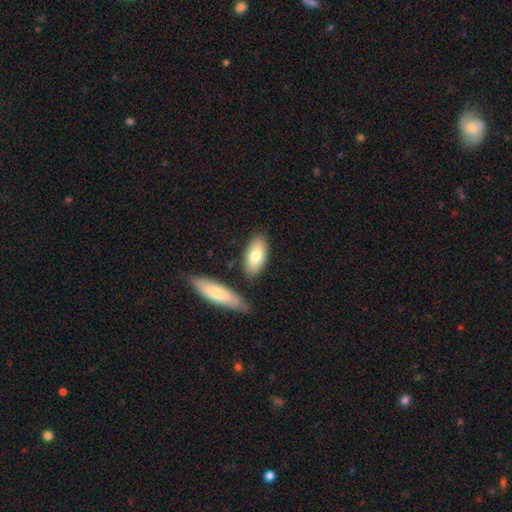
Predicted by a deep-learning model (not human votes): smooth_or_featured: smooth (p=0.77) [alt: featured or disk p=0.17]
how_rounded: in between (p=0.88) [alt: cigar-shaped p=0.10]
merging: none (p=0.78) [alt: minor disturbance p=0.12]